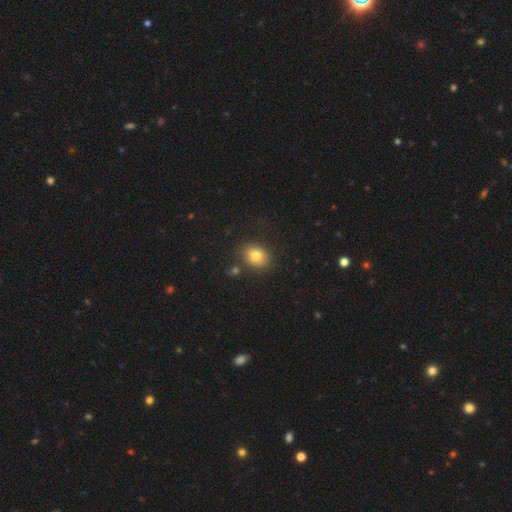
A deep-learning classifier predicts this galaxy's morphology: smooth_or_featured: smooth (p=0.79) [alt: star or artifact p=0.11]
how_rounded: in between (p=0.58) [alt: round p=0.41]
merging: none (p=0.79) [alt: minor disturbance p=0.12]